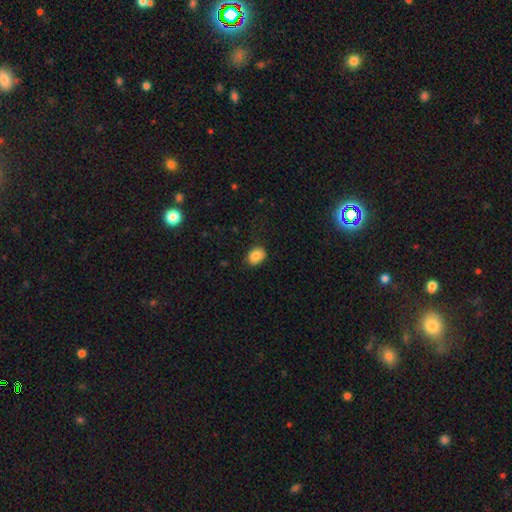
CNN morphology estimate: Smooth or featured? Predicted: smooth (p=0.85). How rounded? Predicted: in between (p=0.68). Merging? Predicted: none (p=0.84).